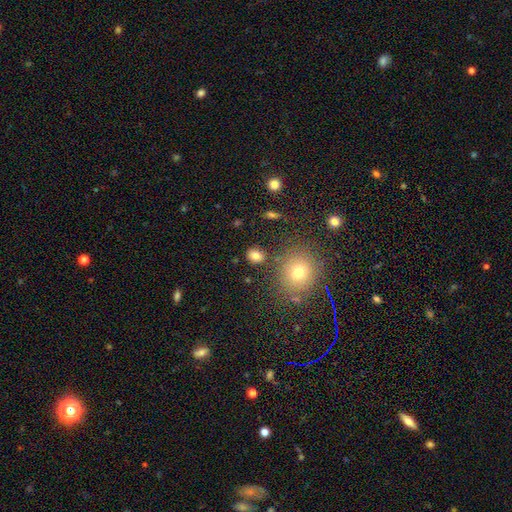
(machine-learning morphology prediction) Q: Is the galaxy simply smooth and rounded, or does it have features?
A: smooth — 80%.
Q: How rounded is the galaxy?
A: round — 64%.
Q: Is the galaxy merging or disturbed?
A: none — 83%.